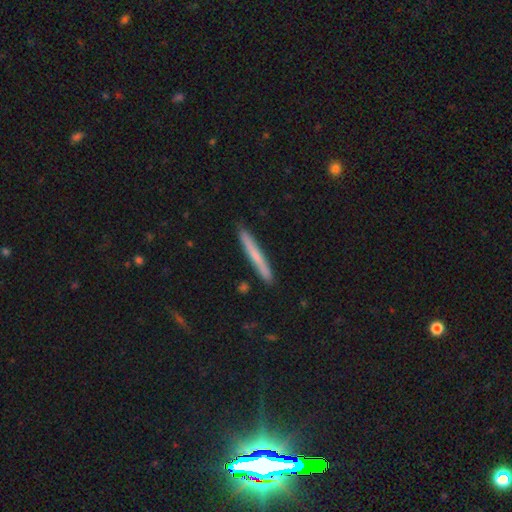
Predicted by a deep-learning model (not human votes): A smooth galaxy with no disk features (58%) that is cigar-shaped (96%). Merging: none (90%).